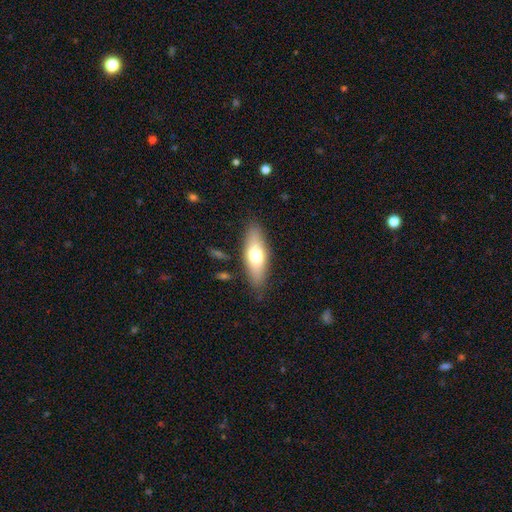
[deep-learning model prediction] The model was most divided on "how rounded": in between: 60%, cigar-shaped: 37%, round: 3%. More confident: merging — none (84%); smooth or featured — smooth (64%).